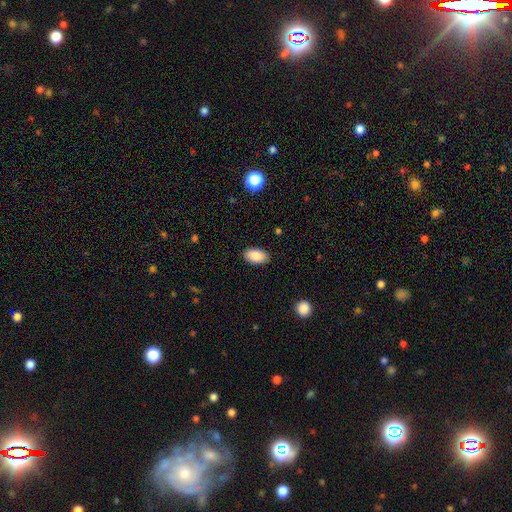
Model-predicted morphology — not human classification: Smooth or featured? smooth (88%)
How rounded? in between (94%)
Merging? none (88%)